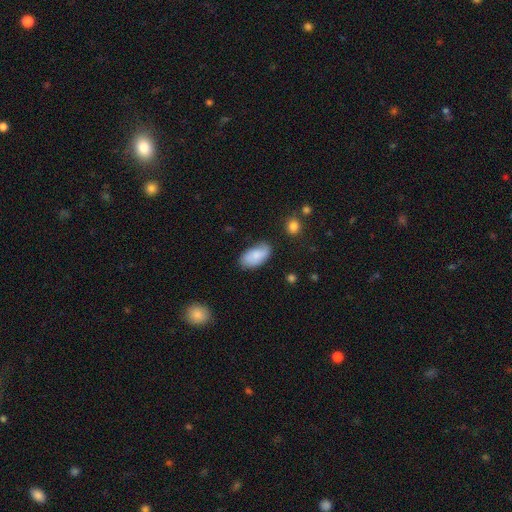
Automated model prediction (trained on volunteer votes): Smooth or featured?
  - smooth: 78% *
  - featured or disk: 15%
  - star or artifact: 7%
How rounded?
  - in between: 95% *
  - round: 3%
  - cigar-shaped: 2%
Merging?
  - none: 70% *
  - minor disturbance: 22%
  - major disturbance: 5%
  - merger: 2%